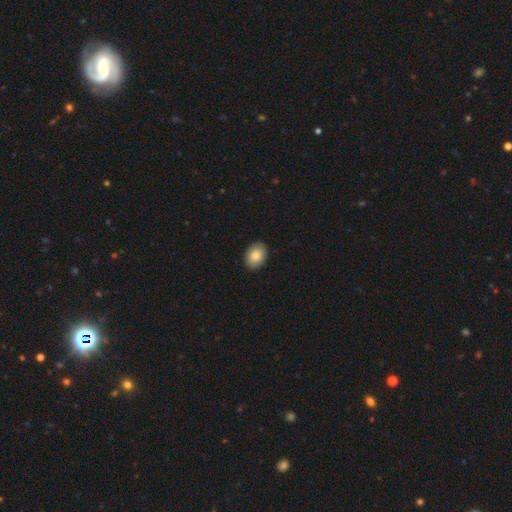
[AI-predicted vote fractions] Smooth or featured? smooth (86%)
How rounded? in between (77%)
Merging? none (91%)